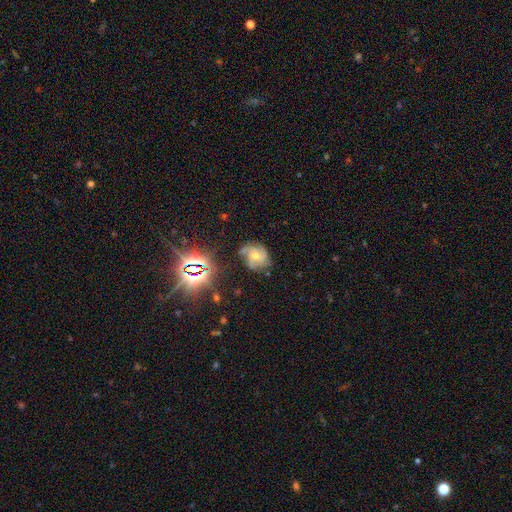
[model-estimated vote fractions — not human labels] Smooth or featured? featured or disk (71%)
Edge-on disk? no (98%)
Bar? no (73%)
Spiral arms? yes (94%)
Spiral winding? medium (48%)
Spiral arm count? 3 (57%)
Bulge size? small (53%)
Merging? none (62%)